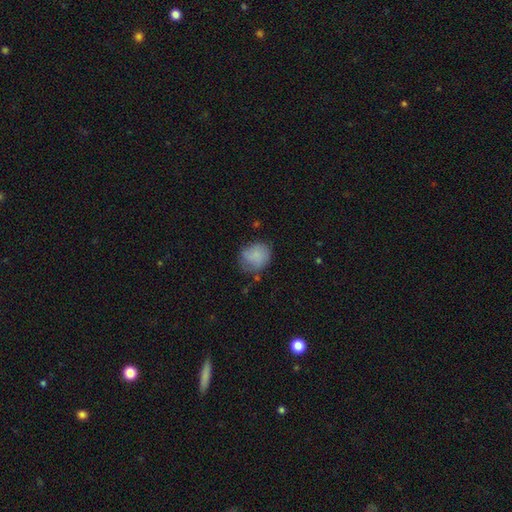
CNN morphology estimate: Q: Smooth or featured?
A: smooth (79%); runner-up: featured or disk (12%)
Q: How rounded?
A: round (76%); runner-up: in between (23%)
Q: Merging?
A: none (60%); runner-up: minor disturbance (27%)